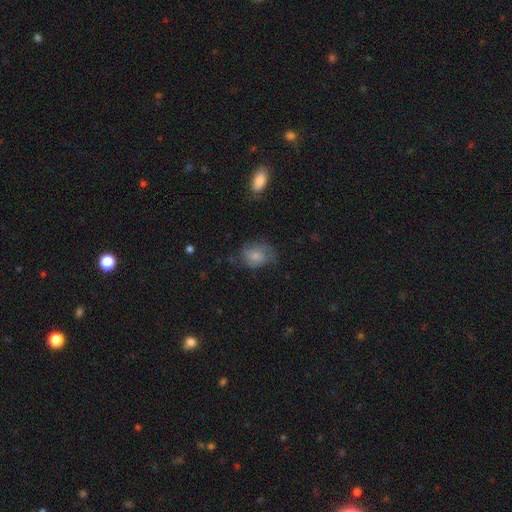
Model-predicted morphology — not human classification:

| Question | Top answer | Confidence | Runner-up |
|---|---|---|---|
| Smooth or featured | smooth | 60% | featured or disk (31%) |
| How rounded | in between | 51% | round (48%) |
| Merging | none | 47% | minor disturbance (30%) |